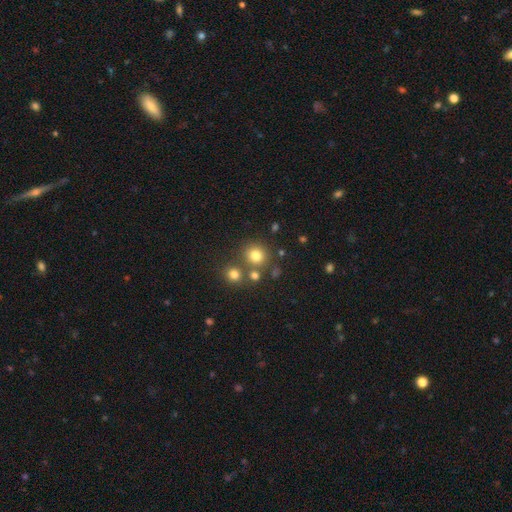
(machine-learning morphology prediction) smooth 77%, star or artifact 16%, featured or disk 7%. Down the decision tree: how rounded — round (90%); merging — none (74%).